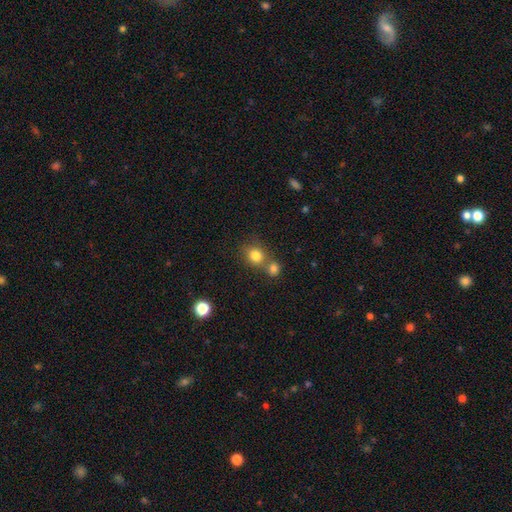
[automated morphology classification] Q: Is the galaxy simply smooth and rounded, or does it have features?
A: smooth — 81%.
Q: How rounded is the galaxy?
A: round — 80%.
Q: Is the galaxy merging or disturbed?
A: none — 51%.